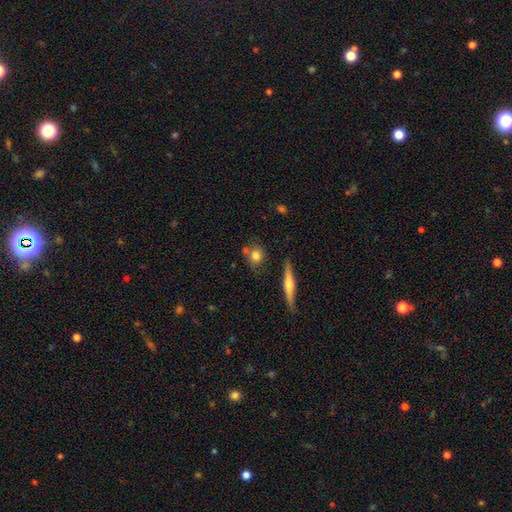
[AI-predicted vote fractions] A smooth galaxy with no disk features (73%) that is round (76%).

Vote fractions:
- Smooth or featured? smooth: 73% / featured or disk: 17% / star or artifact: 10%
- How rounded? round: 76% / in between: 19% / cigar-shaped: 5%
- Merging? none: 67% / merger: 15% / minor disturbance: 13% / major disturbance: 4%